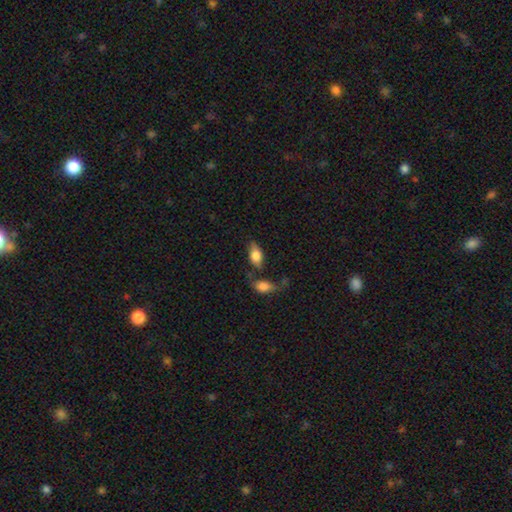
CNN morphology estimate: Smooth or featured?
  - smooth: 72% *
  - featured or disk: 20%
  - star or artifact: 7%
How rounded?
  - in between: 87% *
  - cigar-shaped: 8%
  - round: 5%
Merging?
  - none: 55% *
  - minor disturbance: 20%
  - merger: 17%
  - major disturbance: 8%